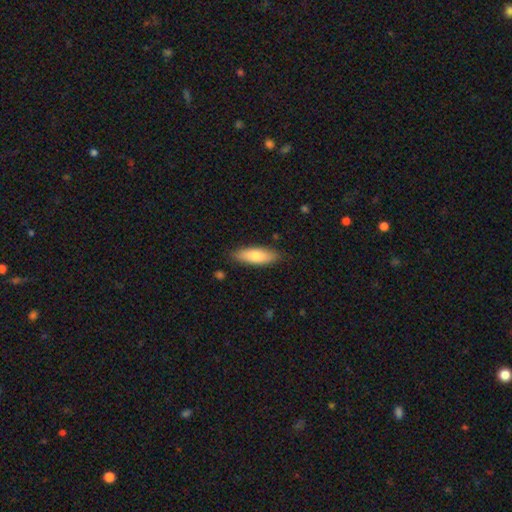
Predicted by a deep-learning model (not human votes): Overall: smooth (77%). How rounded: in between (64%; cigar-shaped 34%). Merging: none (84%).